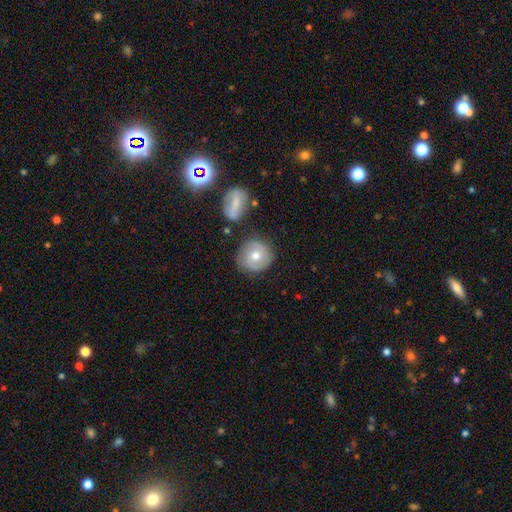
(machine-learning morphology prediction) This appears to be a featured or disk galaxy (50%). Merging: none (75%).